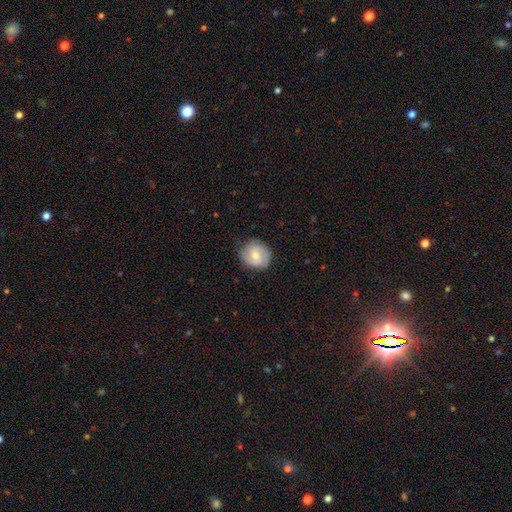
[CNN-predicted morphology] A featured or disk galaxy (48%).

Vote fractions:
- Smooth or featured? featured or disk: 48% / smooth: 45% / star or artifact: 7%
- Merging? none: 76% / minor disturbance: 19% / major disturbance: 4% / merger: 1%